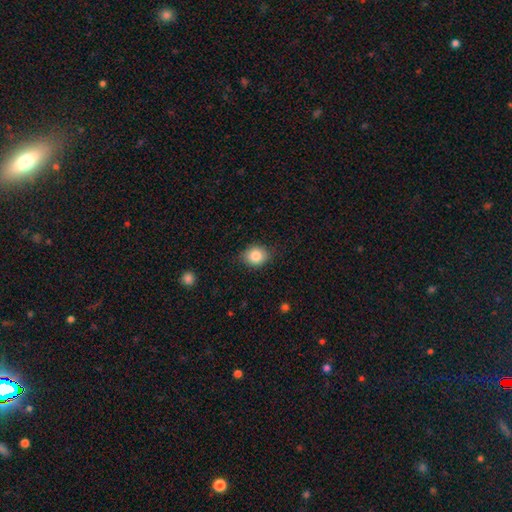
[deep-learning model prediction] This is clearly a smooth galaxy (84%). How rounded: likely round (64%). Merging: clearly none (82%).